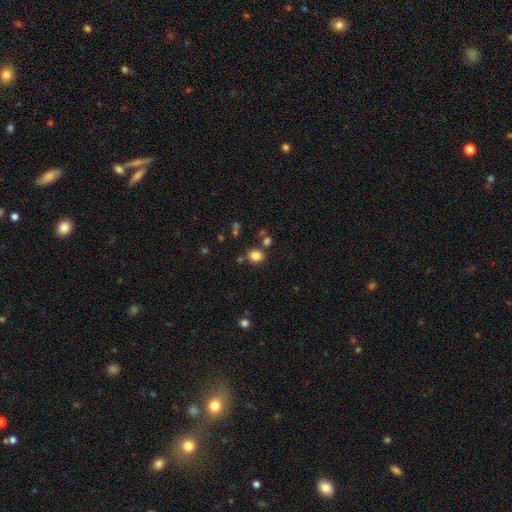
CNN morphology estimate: Smooth or featured: smooth — 82% (star or artifact — 12%)
How rounded: round — 76% (in between — 23%)
Merging: none — 79% (minor disturbance — 9%)